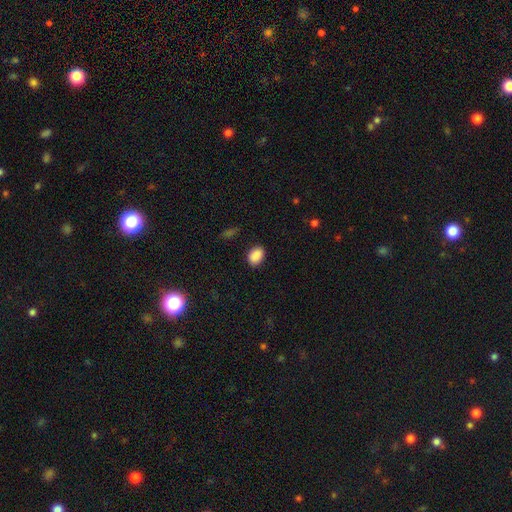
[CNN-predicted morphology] Smooth or featured: smooth — 89% (star or artifact — 8%)
How rounded: in between — 80% (round — 19%)
Merging: none — 87% (minor disturbance — 9%)